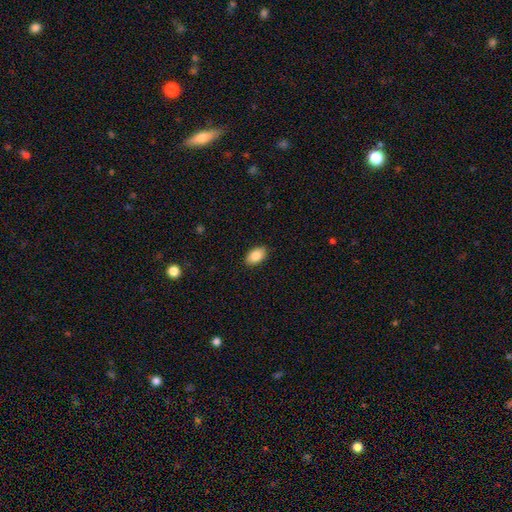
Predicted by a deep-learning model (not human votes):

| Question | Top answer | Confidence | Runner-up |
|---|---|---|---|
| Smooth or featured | smooth | 86% | featured or disk (7%) |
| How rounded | in between | 93% | round (5%) |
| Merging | none | 89% | minor disturbance (8%) |